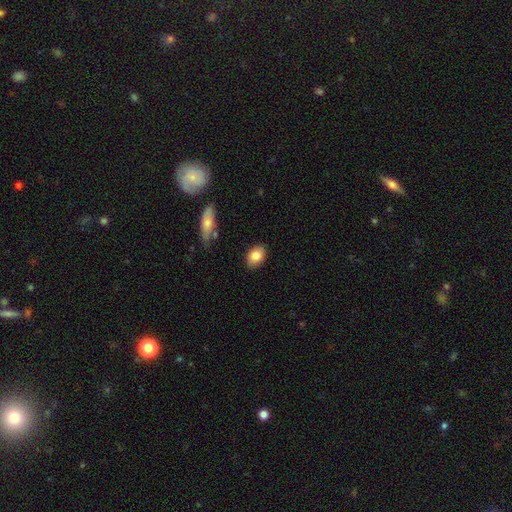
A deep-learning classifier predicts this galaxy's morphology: smooth-or-featured: smooth: 83% | featured or disk: 9% | star or artifact: 7%
  how-rounded: in between: 77% | round: 21% | cigar-shaped: 2%
  merging: none: 84% | minor disturbance: 12% | major disturbance: 2% | merger: 2%